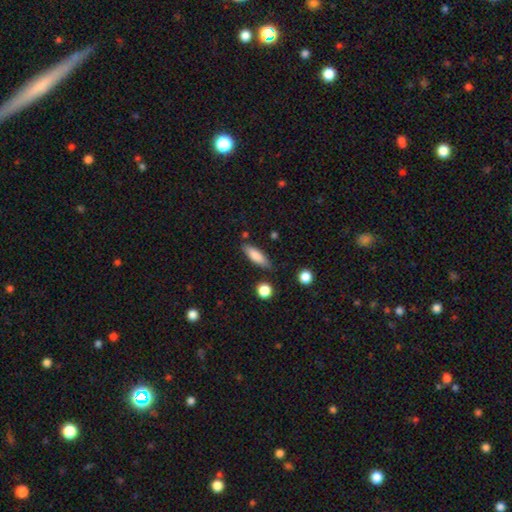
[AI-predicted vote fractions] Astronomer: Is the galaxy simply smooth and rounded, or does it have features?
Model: smooth — 81%.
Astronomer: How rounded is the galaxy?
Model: cigar-shaped — 50% (runner-up: in between, 48%).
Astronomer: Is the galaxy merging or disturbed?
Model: none — 80%.